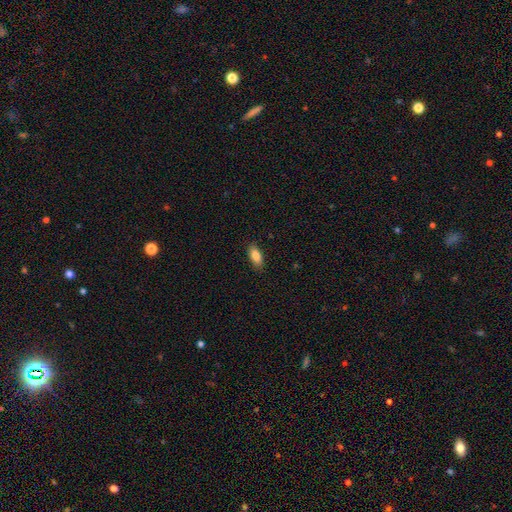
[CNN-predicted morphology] Q: Smooth or featured?
A: smooth (85%); runner-up: featured or disk (8%)
Q: How rounded?
A: in between (85%); runner-up: cigar-shaped (12%)
Q: Merging?
A: none (88%); runner-up: minor disturbance (9%)